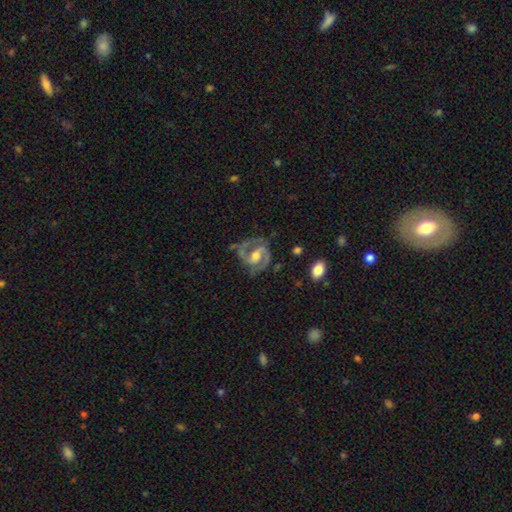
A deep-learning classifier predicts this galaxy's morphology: type=featured or disk (87%); edge-on=no (98%); bar=weak (47%); spiral arms=yes (95%); winding=medium (56%); arm count=2 (87%); bulge=moderate (61%); merging=none (59%).